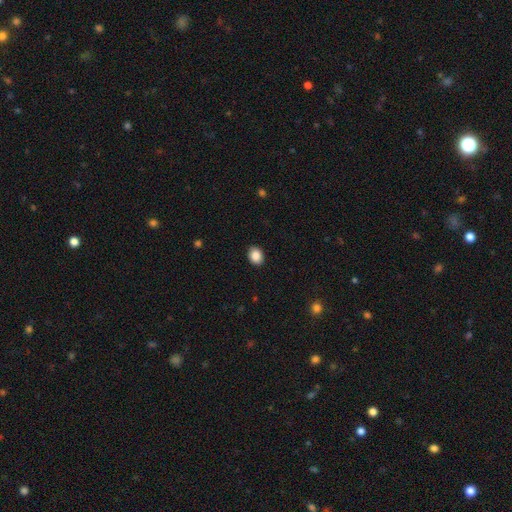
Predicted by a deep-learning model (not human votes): Smooth or featured? Predicted: smooth (p=0.88). How rounded? Predicted: in between (p=0.55). Merging? Predicted: none (p=0.90).